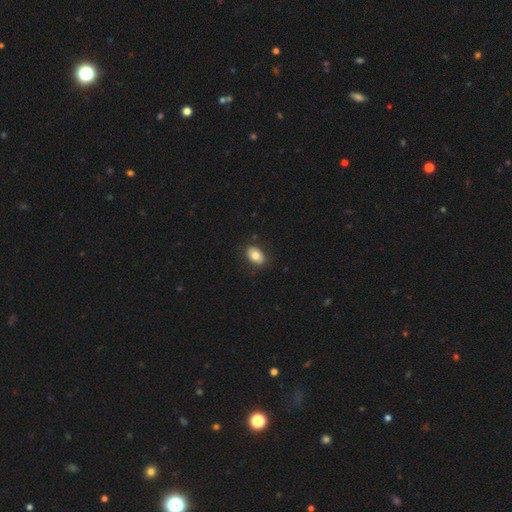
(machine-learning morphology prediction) smooth_or_featured: smooth (p=0.77) [alt: featured or disk p=0.15]
how_rounded: in between (p=0.84) [alt: round p=0.14]
merging: none (p=0.85) [alt: minor disturbance p=0.12]